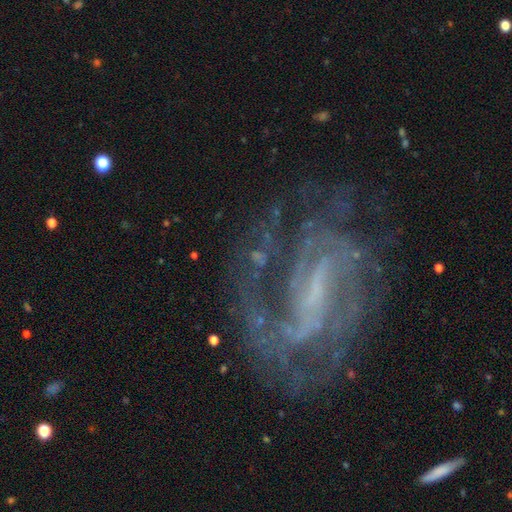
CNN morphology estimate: smooth_or_featured: featured or disk (p=0.88) [alt: star or artifact p=0.07]
disk_edge_on: no (p=0.97) [alt: yes p=0.03]
bar: strong (p=0.45) [alt: weak p=0.41]
has_spiral_arms: yes (p=0.96) [alt: no p=0.04]
spiral_winding: medium (p=0.48) [alt: tight p=0.35]
spiral_arm_count: 2 (p=0.43) [alt: can't tell p=0.19]
bulge_size: small (p=0.44) [alt: none p=0.38]
merging: none (p=0.62) [alt: major disturbance p=0.18]